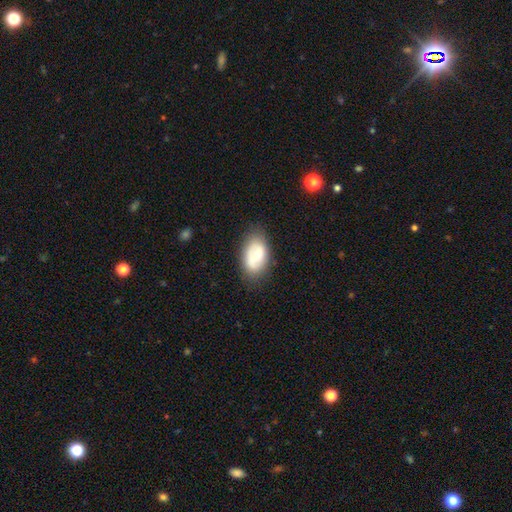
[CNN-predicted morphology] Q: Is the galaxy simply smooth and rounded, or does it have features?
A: smooth — 53%.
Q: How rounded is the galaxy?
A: in between — 90%.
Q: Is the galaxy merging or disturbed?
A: none — 77%.